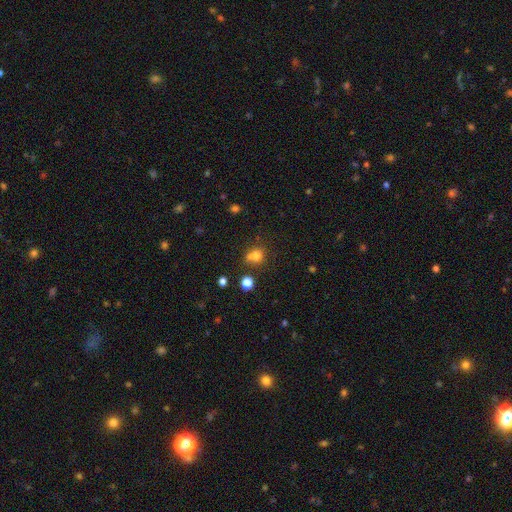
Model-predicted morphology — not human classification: smooth 72%, star or artifact 16%, featured or disk 11%. Down the decision tree: how rounded — round (75%); merging — none (45%).